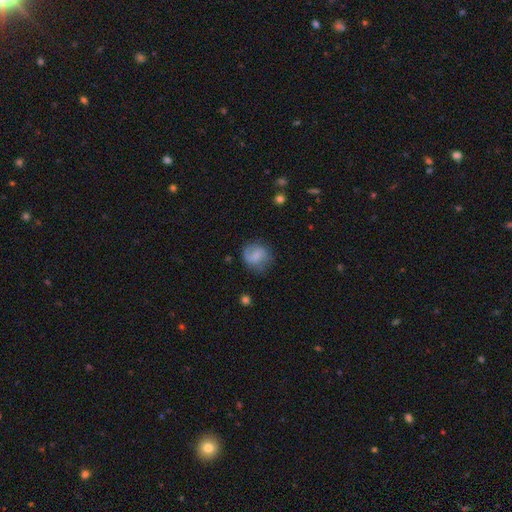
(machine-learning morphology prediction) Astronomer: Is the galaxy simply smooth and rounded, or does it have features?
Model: smooth — 54% (runner-up: featured or disk, 37%).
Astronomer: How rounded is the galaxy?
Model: round — 78%.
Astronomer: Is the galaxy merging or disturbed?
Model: none — 67%.